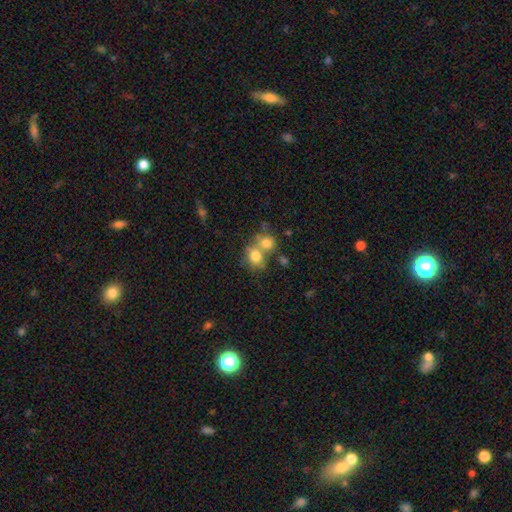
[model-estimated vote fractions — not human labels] Smooth or featured: smooth — 74% (featured or disk — 15%)
How rounded: round — 64% (in between — 35%)
Merging: merger — 55% (none — 32%)